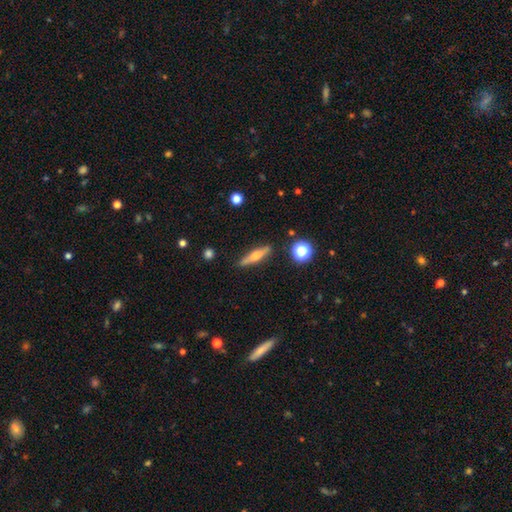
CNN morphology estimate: This is possibly a smooth galaxy (46%, tied with featured or disk). Merging: clearly none (86%).